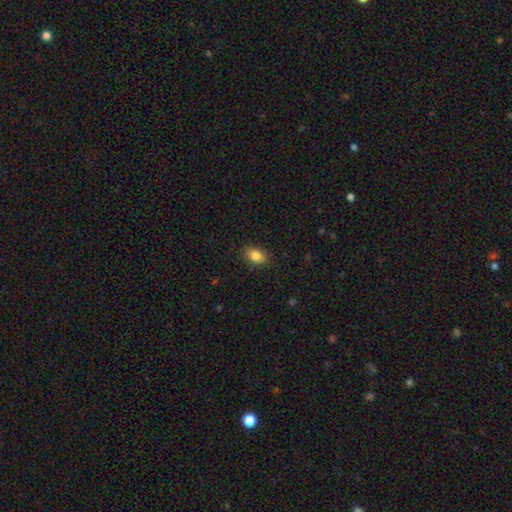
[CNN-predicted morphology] This is clearly a smooth galaxy (85%). How rounded: clearly in between (84%). Merging: clearly none (86%).